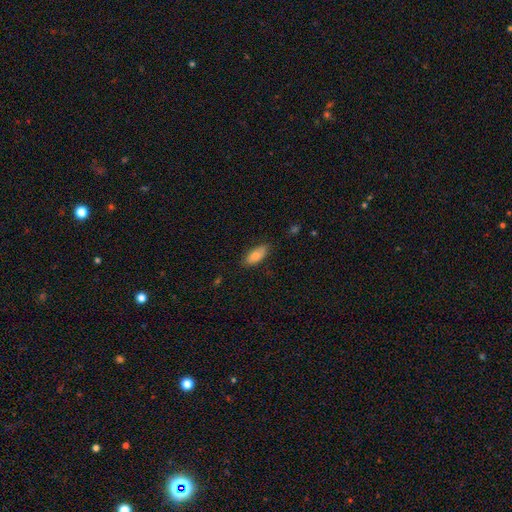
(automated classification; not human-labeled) The model was most divided on "smooth or featured": smooth: 80%, featured or disk: 13%, star or artifact: 7%. More confident: how rounded — in between (86%); merging — none (82%).